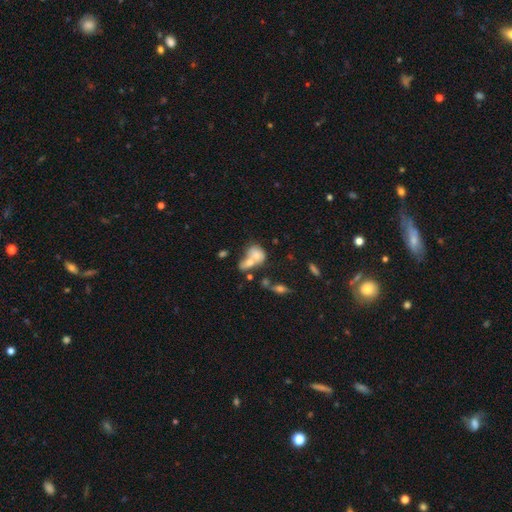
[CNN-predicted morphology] Q: Smooth or featured?
A: smooth (68%); runner-up: featured or disk (22%)
Q: How rounded?
A: in between (64%); runner-up: round (33%)
Q: Merging?
A: merger (61%); runner-up: none (23%)